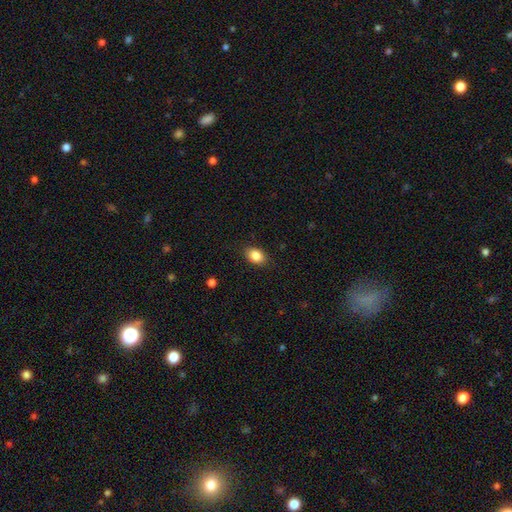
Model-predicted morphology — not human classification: smooth-or-featured: smooth: 86% | star or artifact: 9% | featured or disk: 5%
  how-rounded: in between: 79% | round: 20% | cigar-shaped: 1%
  merging: none: 87% | minor disturbance: 9% | major disturbance: 2% | merger: 1%